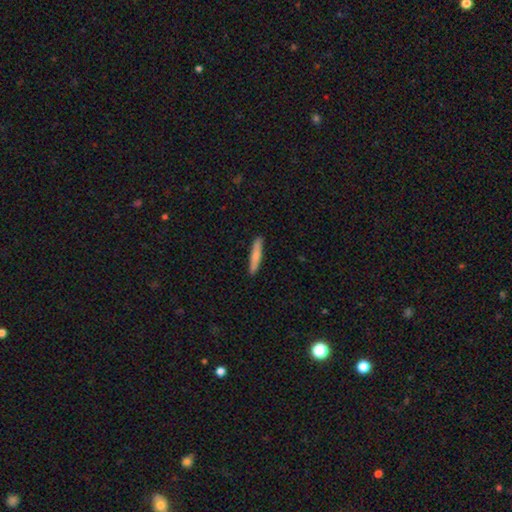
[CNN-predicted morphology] smooth 75%, featured or disk 19%, star or artifact 5%. Down the decision tree: how rounded — cigar-shaped (92%); merging — none (90%).